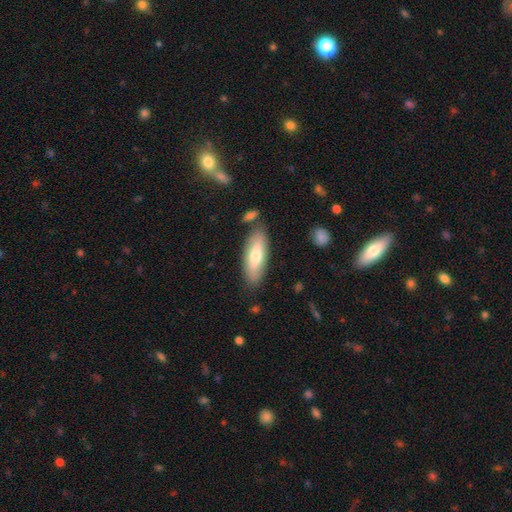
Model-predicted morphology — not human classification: A smooth galaxy with no disk features (65%) that is in between round and cigar-shaped (63%). Merging: none (79%).